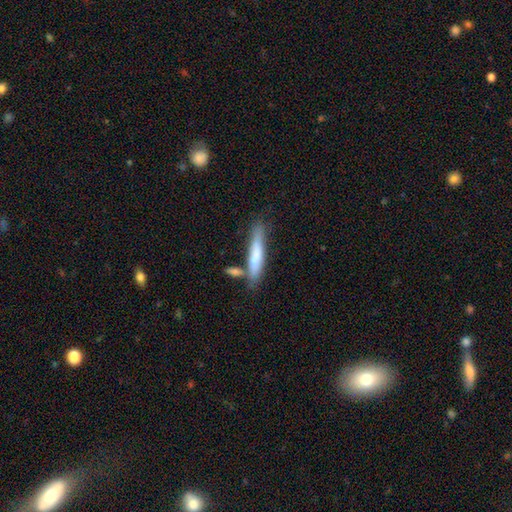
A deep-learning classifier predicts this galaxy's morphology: A smooth galaxy with no disk features (68%) that is cigar-shaped (90%).

Vote fractions:
- Smooth or featured? smooth: 68% / featured or disk: 26% / star or artifact: 6%
- How rounded? cigar-shaped: 90% / in between: 9% / round: 1%
- Merging? none: 64% / minor disturbance: 17% / merger: 14% / major disturbance: 5%